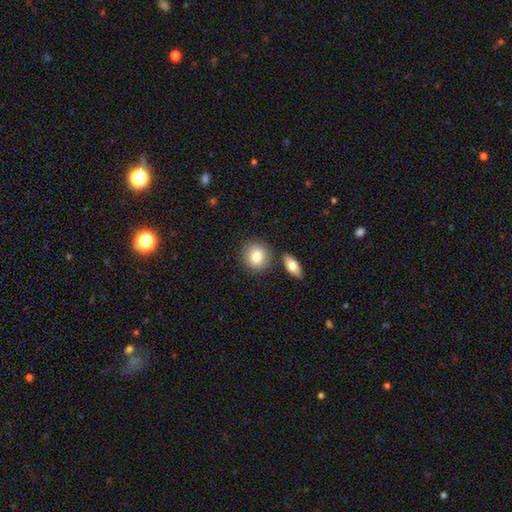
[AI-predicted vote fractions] Smooth or featured: smooth — 83% (featured or disk — 10%)
How rounded: round — 75% (in between — 24%)
Merging: none — 74% (merger — 13%)